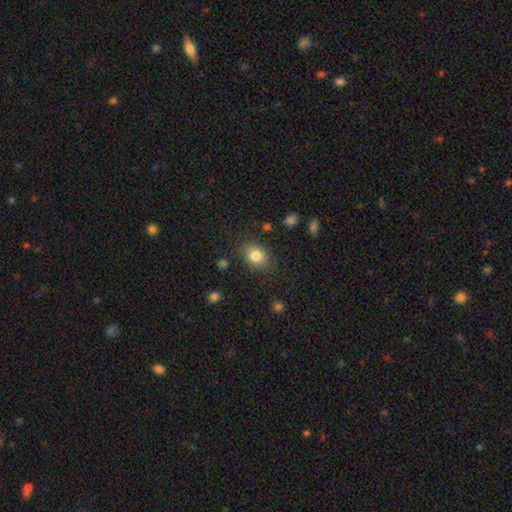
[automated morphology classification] smooth 83%, star or artifact 10%, featured or disk 7%. Down the decision tree: how rounded — in between (50%); merging — none (83%).